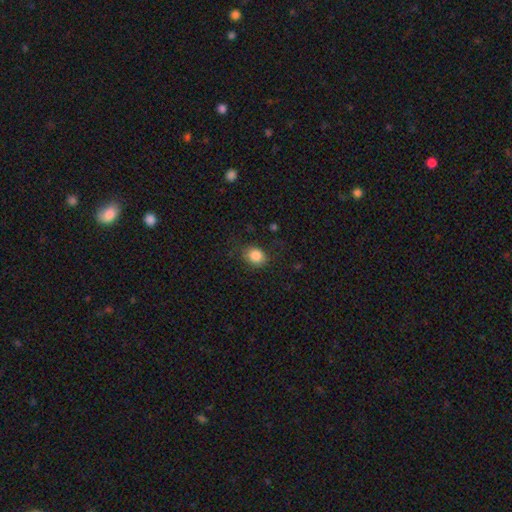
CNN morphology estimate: This appears to be a smooth galaxy with no disk features (85%) that is round (54%). Merging: none (79%).